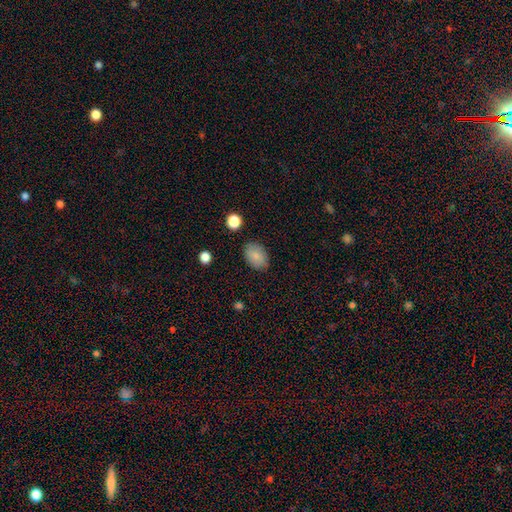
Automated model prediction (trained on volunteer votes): The model was most divided on "how rounded": in between: 81%, round: 18%, cigar-shaped: 1%. More confident: merging — none (85%); smooth or featured — smooth (85%).